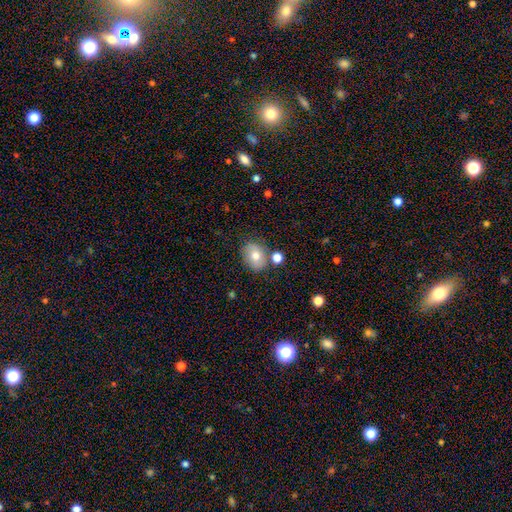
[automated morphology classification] A smooth galaxy with no disk features (72%) that is round (52%). Merging: none (70%).